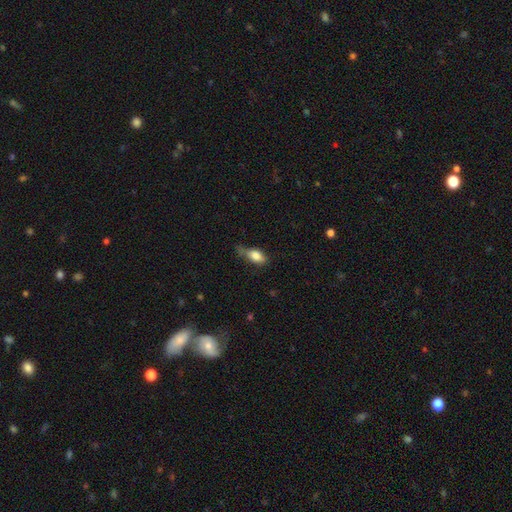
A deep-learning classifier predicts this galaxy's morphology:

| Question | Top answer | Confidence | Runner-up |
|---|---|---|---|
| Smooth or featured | smooth | 79% | featured or disk (13%) |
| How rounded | in between | 83% | cigar-shaped (12%) |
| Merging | none | 40% | tied: minor disturbance (40%) |